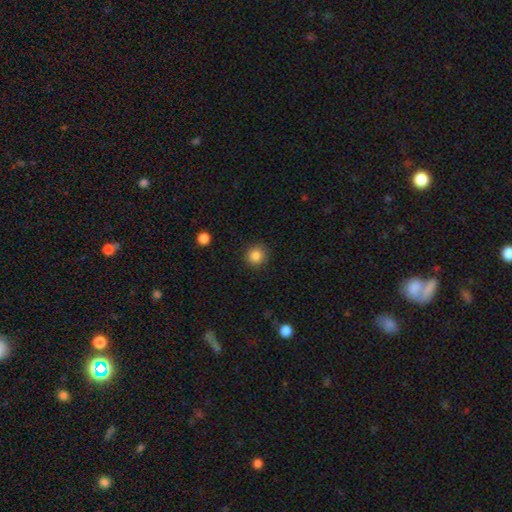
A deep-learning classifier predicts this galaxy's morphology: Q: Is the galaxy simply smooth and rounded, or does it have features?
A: smooth — 86%.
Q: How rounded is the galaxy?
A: round — 93%.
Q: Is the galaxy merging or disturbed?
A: none — 90%.